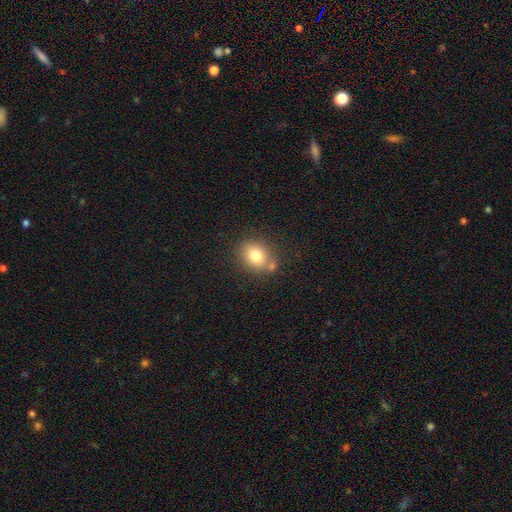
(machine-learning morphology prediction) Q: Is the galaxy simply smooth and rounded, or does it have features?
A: smooth — 77%.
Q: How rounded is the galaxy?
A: round — 52%.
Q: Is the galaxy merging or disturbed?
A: none — 66%.